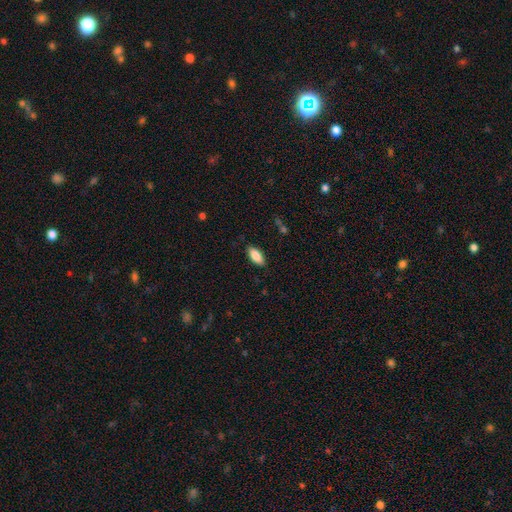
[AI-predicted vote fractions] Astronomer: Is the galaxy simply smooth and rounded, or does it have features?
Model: smooth — 87%.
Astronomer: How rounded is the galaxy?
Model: in between — 87%.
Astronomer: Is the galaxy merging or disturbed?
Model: none — 86%.